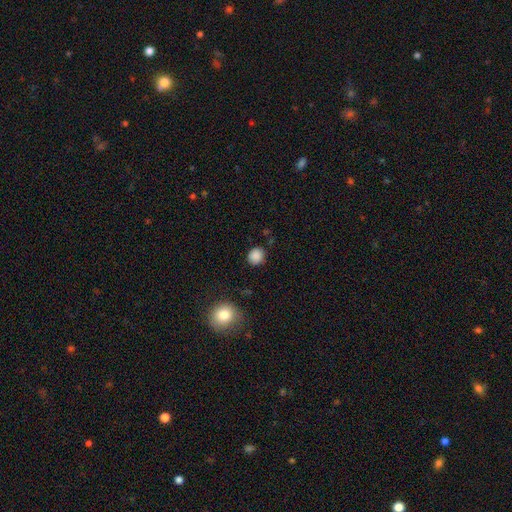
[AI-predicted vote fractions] This appears to be a smooth galaxy with no disk features (87%) that is round (84%). Merging: none (86%).